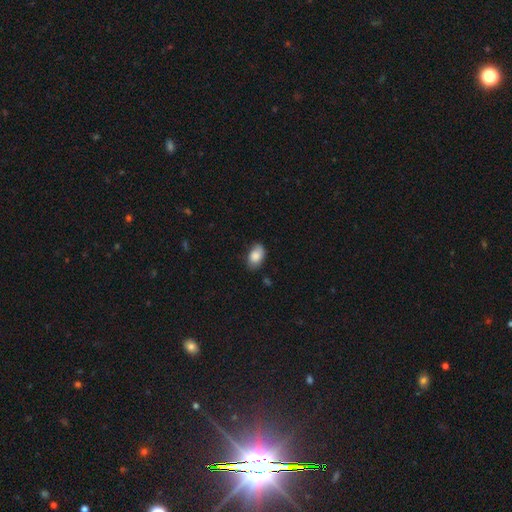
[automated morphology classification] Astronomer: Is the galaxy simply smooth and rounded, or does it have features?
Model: smooth — 84%.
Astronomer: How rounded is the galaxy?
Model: in between — 90%.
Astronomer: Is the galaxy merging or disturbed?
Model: none — 73%.